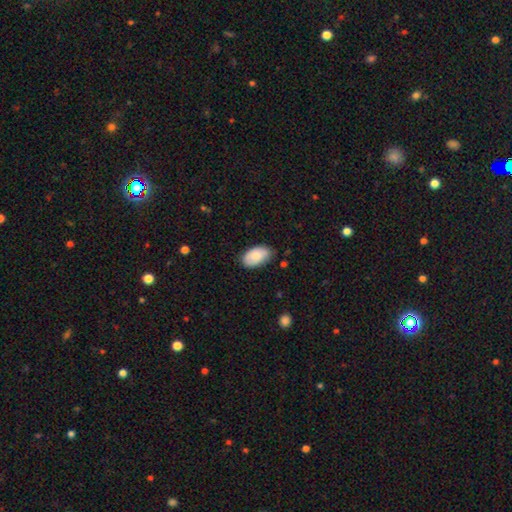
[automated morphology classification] A smooth galaxy with no disk features (81%) that is in between round and cigar-shaped (95%). Merging: none (72%).